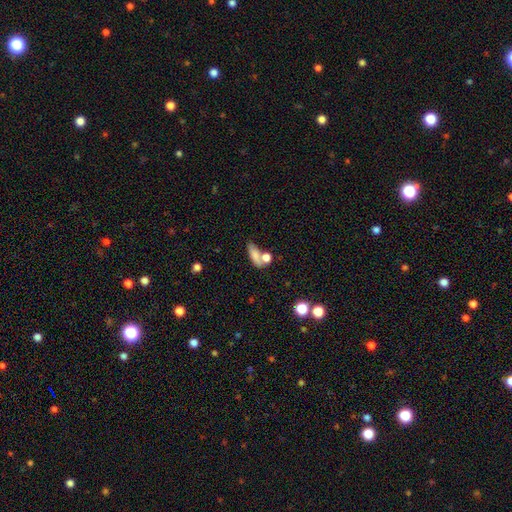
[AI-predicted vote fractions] The model was most divided on "merging": none: 40%, merger: 35%, minor disturbance: 15%, major disturbance: 10%. More confident: smooth or featured — smooth (75%); how rounded — in between (63%).